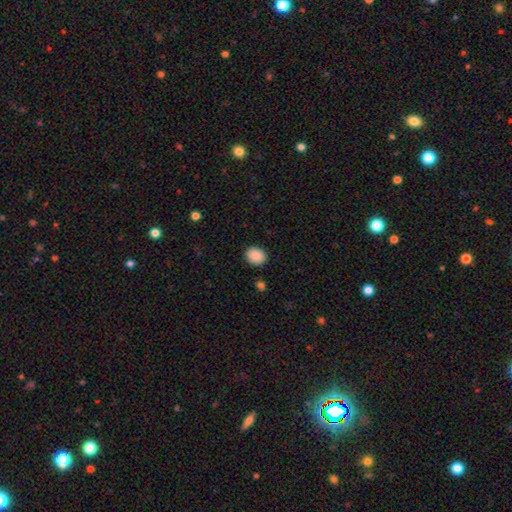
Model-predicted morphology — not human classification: Smooth or featured?
  - smooth: 89% *
  - star or artifact: 7%
  - featured or disk: 3%
How rounded?
  - round: 52% *
  - in between: 47%
  - cigar-shaped: 1%
Merging?
  - none: 89% *
  - minor disturbance: 7%
  - major disturbance: 2%
  - merger: 1%